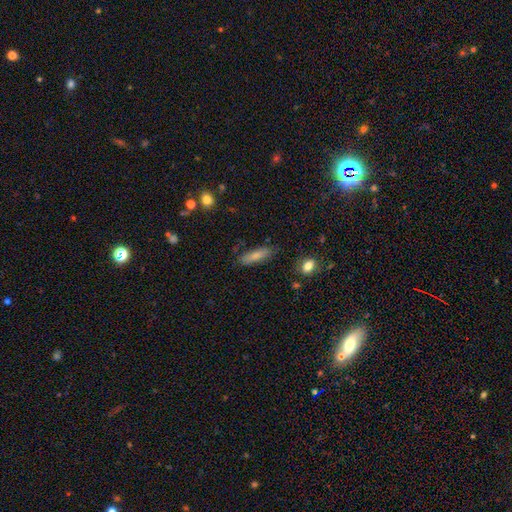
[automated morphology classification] Smooth or featured? smooth (80%)
How rounded? cigar-shaped (58%)
Merging? none (80%)